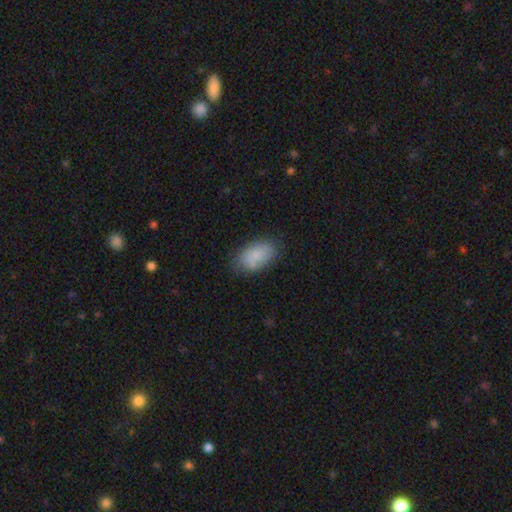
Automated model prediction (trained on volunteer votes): smooth_or_featured: smooth (p=0.83) [alt: featured or disk p=0.10]
how_rounded: in between (p=0.93) [alt: round p=0.06]
merging: none (p=0.75) [alt: minor disturbance p=0.18]